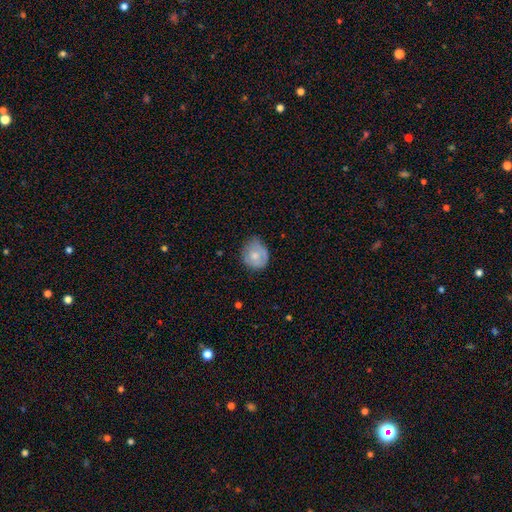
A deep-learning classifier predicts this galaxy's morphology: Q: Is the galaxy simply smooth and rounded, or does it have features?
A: smooth — 65%.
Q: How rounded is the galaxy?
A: round — 74%.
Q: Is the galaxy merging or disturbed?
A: none — 59%.